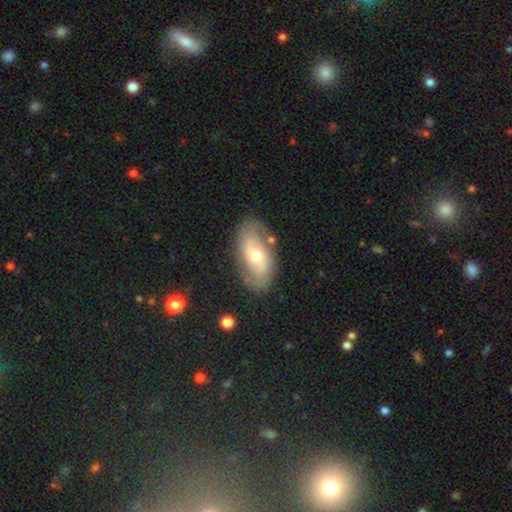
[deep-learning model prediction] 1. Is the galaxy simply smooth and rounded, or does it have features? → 66% featured or disk, 27% smooth, 6% star or artifact.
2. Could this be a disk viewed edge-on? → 93% no, 7% yes.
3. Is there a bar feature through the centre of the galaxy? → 55% no, 33% weak, 12% strong.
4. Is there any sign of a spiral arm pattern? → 77% yes, 23% no.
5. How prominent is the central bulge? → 55% moderate, 40% small, 3% large, 1% none, 1% dominant.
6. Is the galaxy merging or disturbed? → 76% none, 15% minor disturbance, 5% major disturbance, 3% merger.